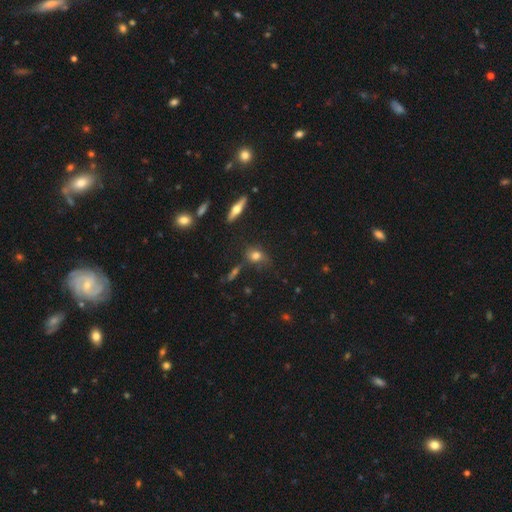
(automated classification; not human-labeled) Smooth or featured? Predicted: smooth (p=0.70). How rounded? Predicted: in between (p=0.55). Merging? Predicted: none (p=0.60).